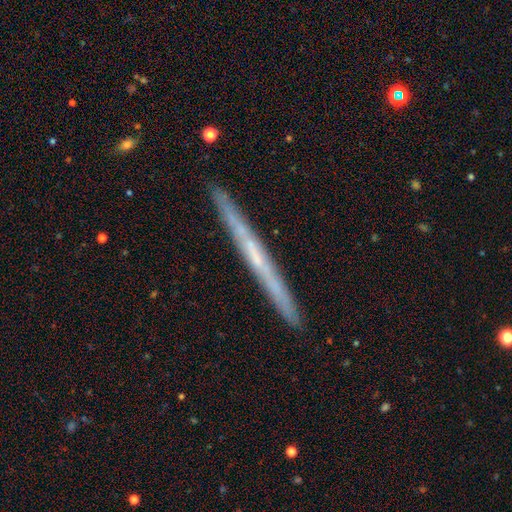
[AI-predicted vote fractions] Q: Smooth or featured?
A: featured or disk (62%); runner-up: smooth (31%)
Q: Edge-on disk?
A: yes (97%); runner-up: no (3%)
Q: Edge-on bulge?
A: none (81%); runner-up: rounded (16%)
Q: Merging?
A: none (92%); runner-up: minor disturbance (6%)